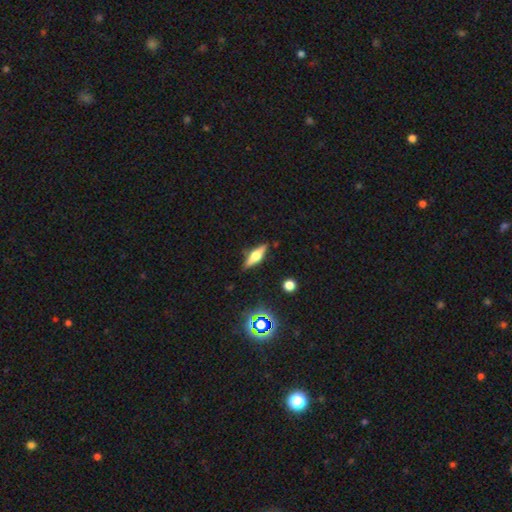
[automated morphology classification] Smooth or featured?
  - featured or disk: 57% *
  - smooth: 33%
  - star or artifact: 10%
Edge-on disk?
  - yes: 94% *
  - no: 6%
Edge-on bulge?
  - rounded: 90% *
  - boxy: 8%
  - none: 2%
Merging?
  - none: 86% *
  - minor disturbance: 10%
  - major disturbance: 2%
  - merger: 2%